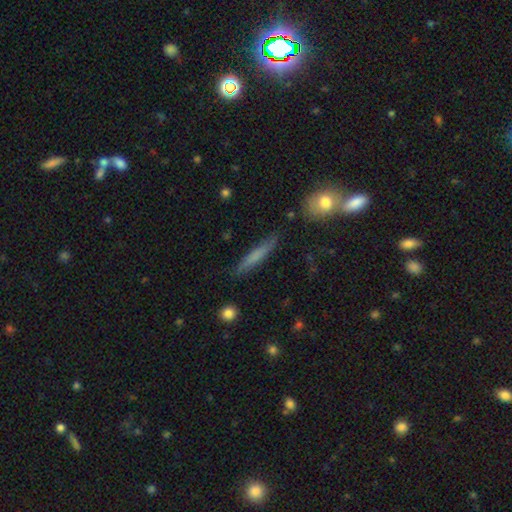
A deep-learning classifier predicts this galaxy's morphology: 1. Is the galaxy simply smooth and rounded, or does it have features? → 62% smooth, 31% featured or disk, 7% star or artifact.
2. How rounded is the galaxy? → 92% cigar-shaped, 6% in between, 2% round.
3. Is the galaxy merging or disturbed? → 81% none, 13% minor disturbance, 3% major disturbance, 3% merger.